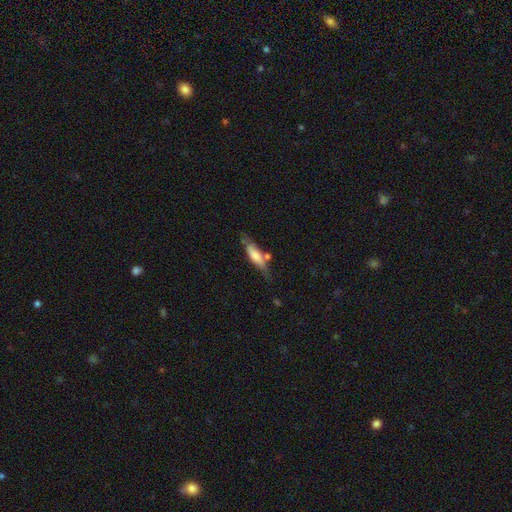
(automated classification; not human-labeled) Smooth or featured? Predicted: smooth (p=0.63). How rounded? Predicted: cigar-shaped (p=0.60). Merging? Predicted: none (p=0.58).